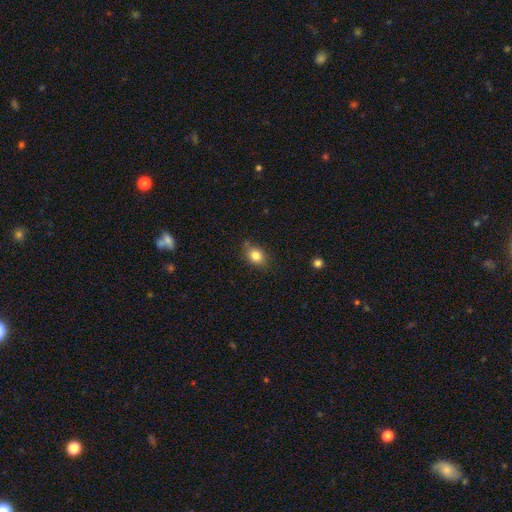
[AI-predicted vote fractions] smooth-or-featured: smooth: 82% | star or artifact: 10% | featured or disk: 8%
  how-rounded: in between: 62% | round: 37% | cigar-shaped: 1%
  merging: none: 76% | minor disturbance: 18% | major disturbance: 3% | merger: 2%